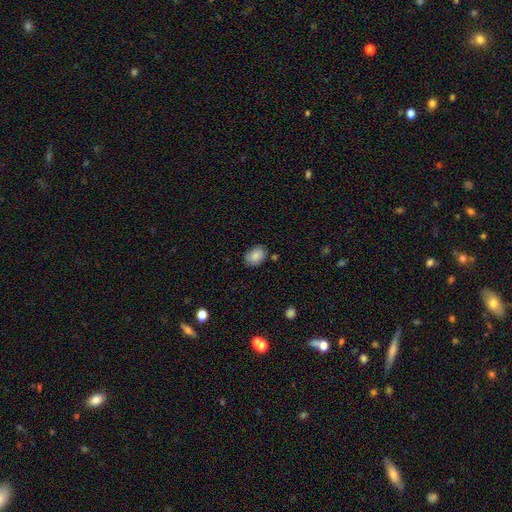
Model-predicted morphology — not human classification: smooth-or-featured: smooth: 86% | star or artifact: 7% | featured or disk: 6%
  how-rounded: in between: 76% | round: 23% | cigar-shaped: 1%
  merging: none: 77% | minor disturbance: 17% | merger: 3% | major disturbance: 3%